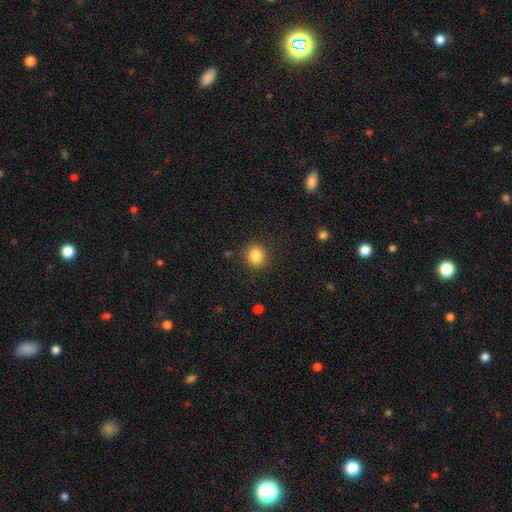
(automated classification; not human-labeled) Smooth or featured?
  - smooth: 85% *
  - star or artifact: 10%
  - featured or disk: 5%
How rounded?
  - round: 85% *
  - in between: 14%
  - cigar-shaped: 1%
Merging?
  - none: 88% *
  - minor disturbance: 7%
  - major disturbance: 3%
  - merger: 1%